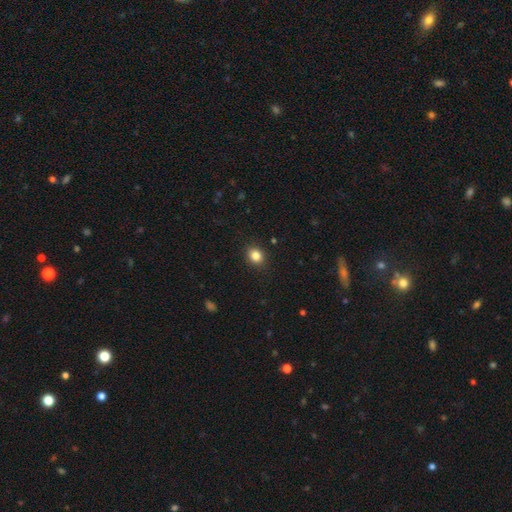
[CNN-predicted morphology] Smooth or featured: smooth — 84% (star or artifact — 11%)
How rounded: round — 59% (in between — 40%)
Merging: none — 89% (minor disturbance — 8%)